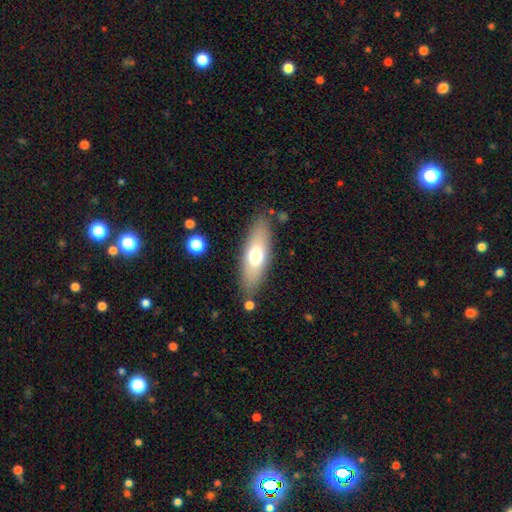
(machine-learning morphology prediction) smooth 64%, featured or disk 30%, star or artifact 7%. Down the decision tree: how rounded — in between (58%); merging — none (83%).